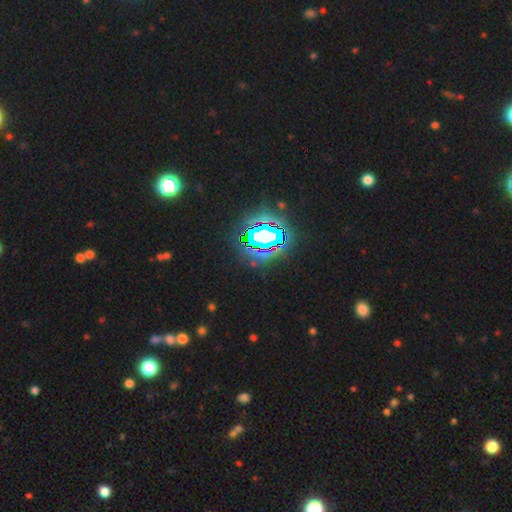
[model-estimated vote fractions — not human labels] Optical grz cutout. It shows a star or artifact, not a galaxy (83%).